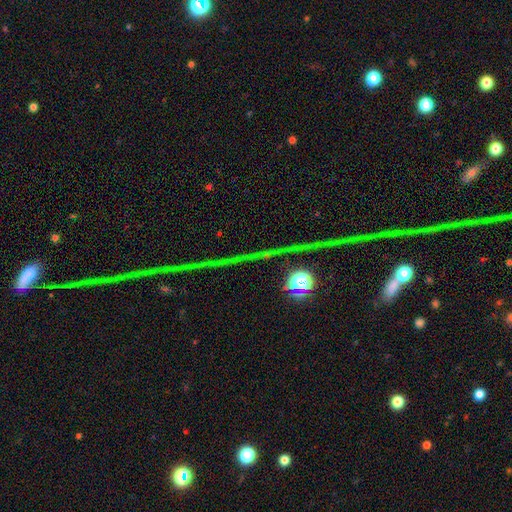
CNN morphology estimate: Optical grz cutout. It shows a star or artifact, not a galaxy (81%).